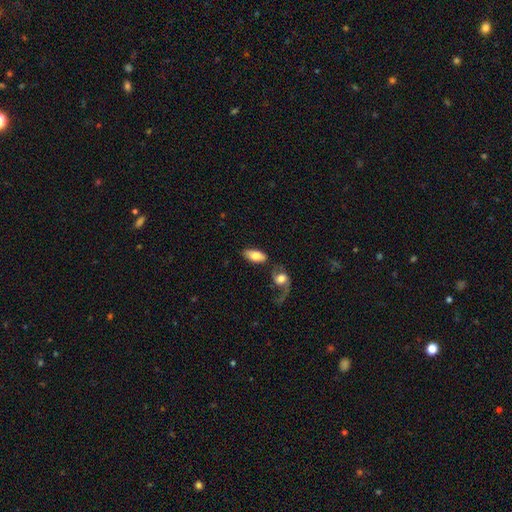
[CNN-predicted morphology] smooth 75%, featured or disk 19%, star or artifact 6%. Down the decision tree: how rounded — in between (90%); merging — none (59%).